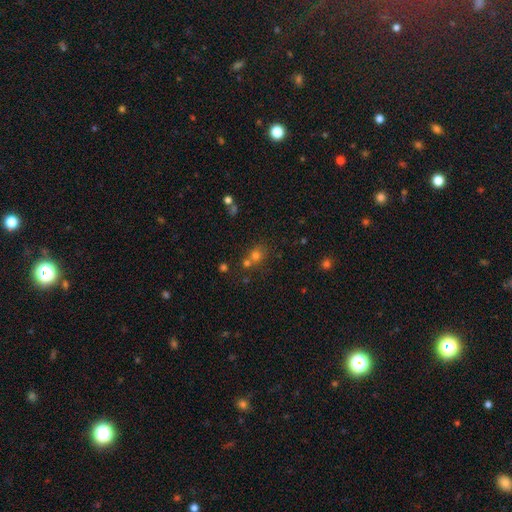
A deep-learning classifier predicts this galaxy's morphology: Smooth or featured?
  - smooth: 68% *
  - star or artifact: 20%
  - featured or disk: 11%
How rounded?
  - round: 76% *
  - in between: 23%
  - cigar-shaped: 1%
Merging?
  - none: 50% *
  - merger: 37%
  - minor disturbance: 9%
  - major disturbance: 4%